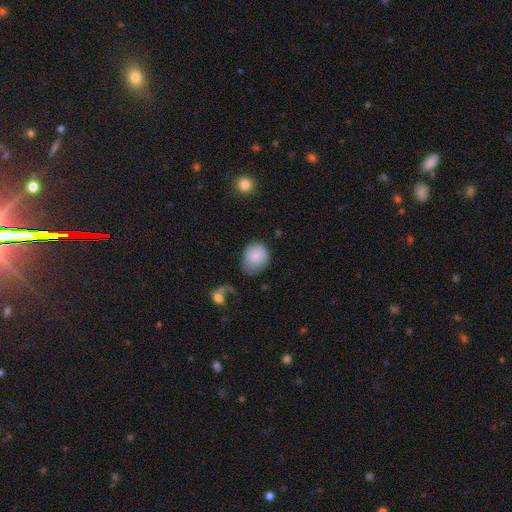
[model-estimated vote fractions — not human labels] A smooth galaxy with no disk features (81%) that is round (60%).

Vote fractions:
- Smooth or featured? smooth: 81% / featured or disk: 12% / star or artifact: 7%
- How rounded? round: 60% / in between: 40% / cigar-shaped: 1%
- Merging? none: 58% / minor disturbance: 28% / major disturbance: 11% / merger: 3%